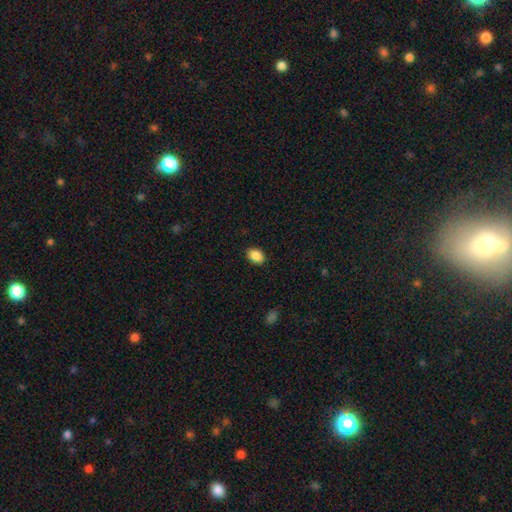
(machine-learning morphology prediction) Smooth or featured? smooth (89%)
How rounded? in between (81%)
Merging? none (88%)